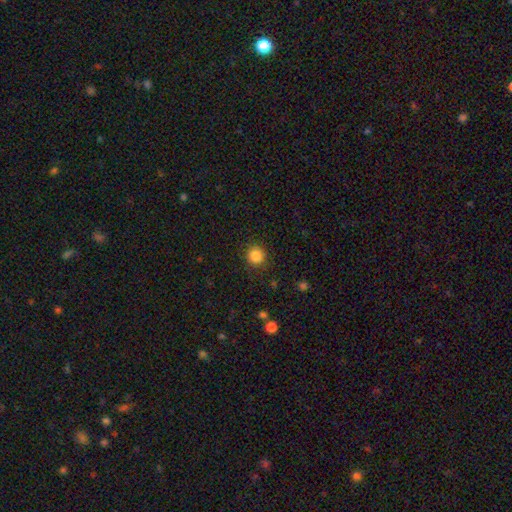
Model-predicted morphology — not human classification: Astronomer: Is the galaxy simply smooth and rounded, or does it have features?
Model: smooth — 85%.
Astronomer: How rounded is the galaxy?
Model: round — 92%.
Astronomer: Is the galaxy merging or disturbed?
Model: none — 89%.